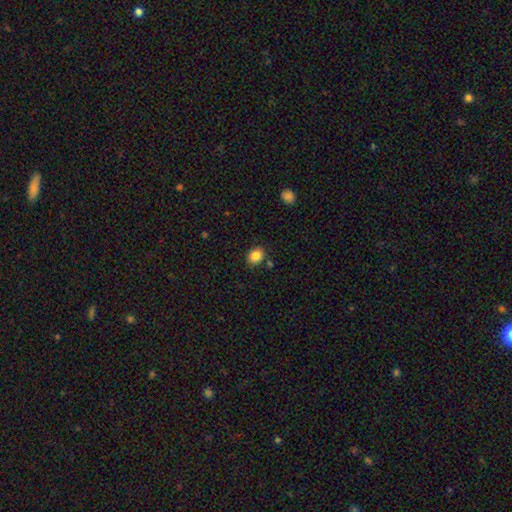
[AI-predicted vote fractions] This appears to be a smooth galaxy with no disk features (85%) that is round (52%). Merging: none (81%).